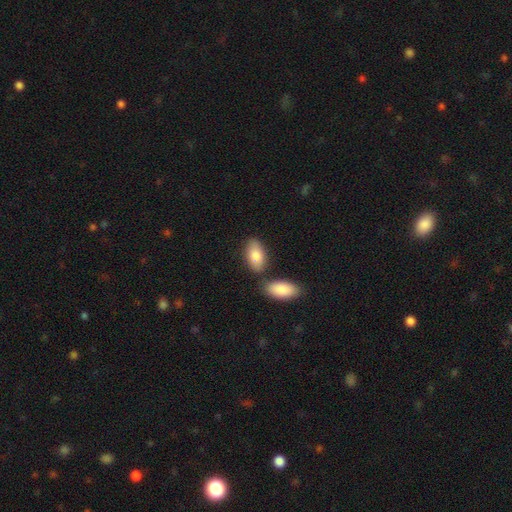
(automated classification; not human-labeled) This is clearly a smooth galaxy (83%). How rounded: clearly in between (92%). Merging: likely none (63%).